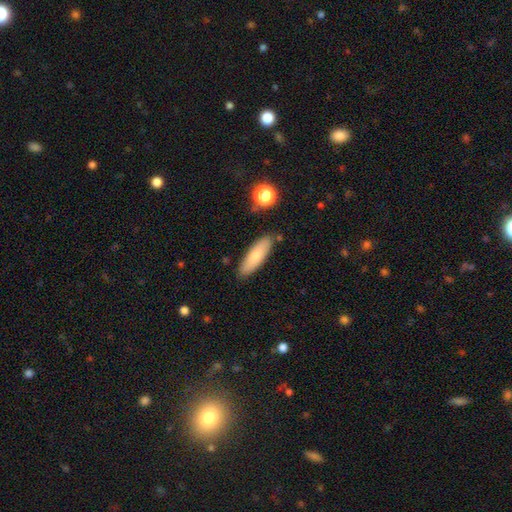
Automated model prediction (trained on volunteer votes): Smooth or featured? smooth (78%)
How rounded? cigar-shaped (50%)
Merging? none (83%)